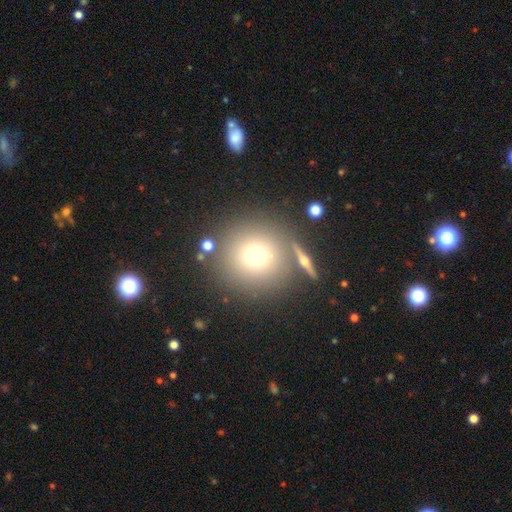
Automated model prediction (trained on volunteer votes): Smooth or featured?
  - smooth: 67% *
  - star or artifact: 19%
  - featured or disk: 14%
How rounded?
  - round: 92% *
  - in between: 7%
  - cigar-shaped: 1%
Merging?
  - none: 79% *
  - minor disturbance: 9%
  - merger: 8%
  - major disturbance: 4%